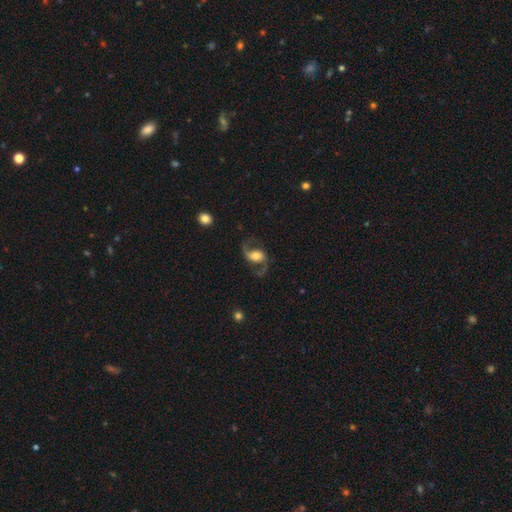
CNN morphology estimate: A featured or disk galaxy (82%) with no bar (42%), 2 (92%) loose (69%) spiral arms (95%) and a moderate central bulge (56%).

Vote fractions:
- Smooth or featured? featured or disk: 82% / smooth: 12% / star or artifact: 6%
- Edge-on disk? no: 97% / yes: 3%
- Bar? no: 42% / weak: 38% / strong: 20%
- Spiral arms? yes: 95% / no: 5%
- Spiral winding? loose: 69% / medium: 26% / tight: 5%
- Spiral arm count? 2: 92% / 1: 3% / can't tell: 2% / 3: 1% / 4: 1% / more than 4: 1%
- Bulge size? moderate: 56% / large: 20% / small: 19% / dominant: 3% / none: 2%
- Merging? none: 70% / minor disturbance: 14% / major disturbance: 13% / merger: 2%